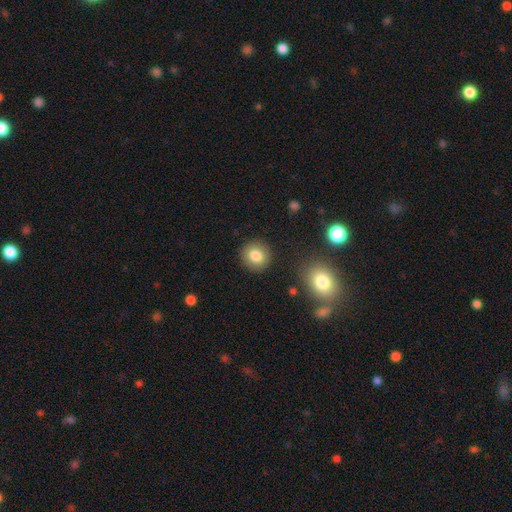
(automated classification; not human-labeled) Q: Smooth or featured?
A: smooth (81%); runner-up: star or artifact (10%)
Q: How rounded?
A: round (88%); runner-up: in between (11%)
Q: Merging?
A: none (89%); runner-up: minor disturbance (7%)